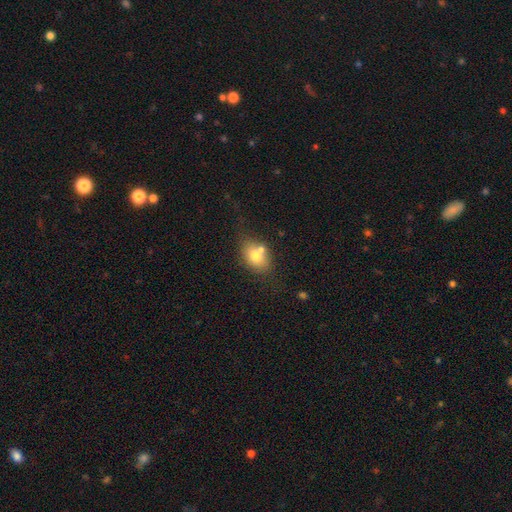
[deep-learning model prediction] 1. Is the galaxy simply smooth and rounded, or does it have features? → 72% smooth, 18% featured or disk, 9% star or artifact.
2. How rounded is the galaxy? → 71% in between, 28% round, 1% cigar-shaped.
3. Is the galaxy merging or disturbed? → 54% none, 25% merger, 16% minor disturbance, 5% major disturbance.